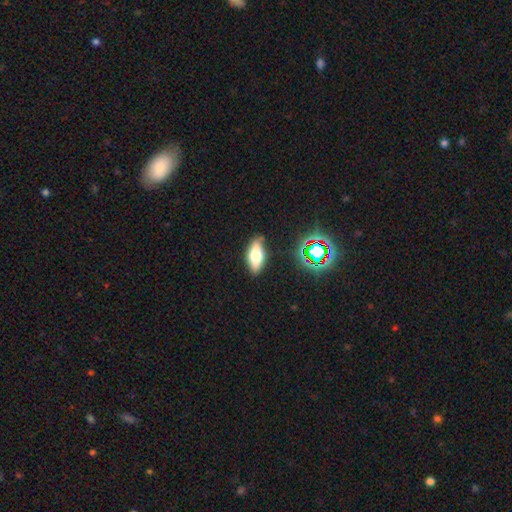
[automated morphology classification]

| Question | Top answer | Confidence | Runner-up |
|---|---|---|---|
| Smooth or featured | smooth | 56% | featured or disk (32%) |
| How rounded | in between | 71% | cigar-shaped (25%) |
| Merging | none | 83% | minor disturbance (12%) |